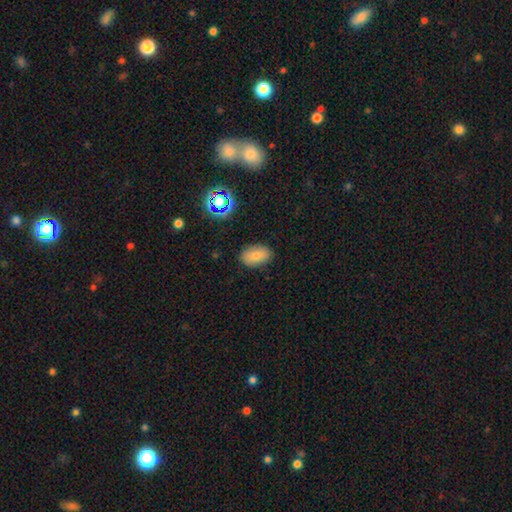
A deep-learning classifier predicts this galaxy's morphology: Smooth or featured? smooth (80%)
How rounded? in between (90%)
Merging? none (86%)